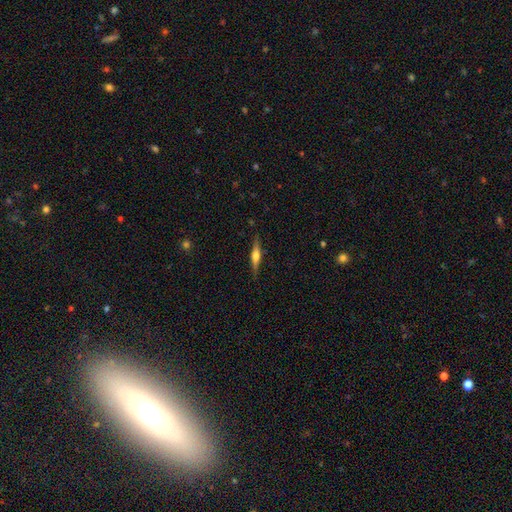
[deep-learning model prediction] This is likely a featured or disk galaxy (63%). It is clearly viewed edge-on (97%). Edge-on bulge: clearly rounded (81%). Merging: clearly none (87%).